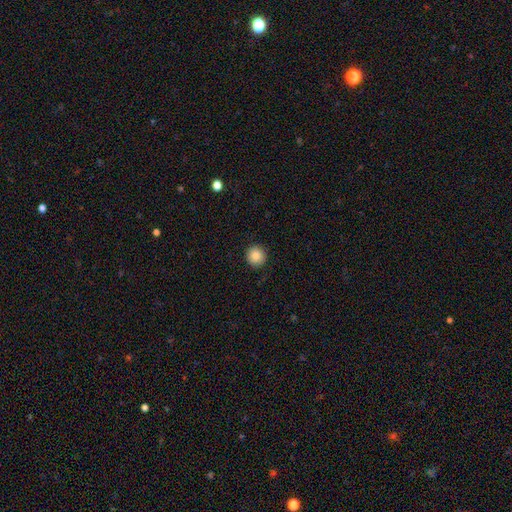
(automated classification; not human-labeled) This is clearly a smooth galaxy (85%). How rounded: clearly round (94%). Merging: clearly none (92%).